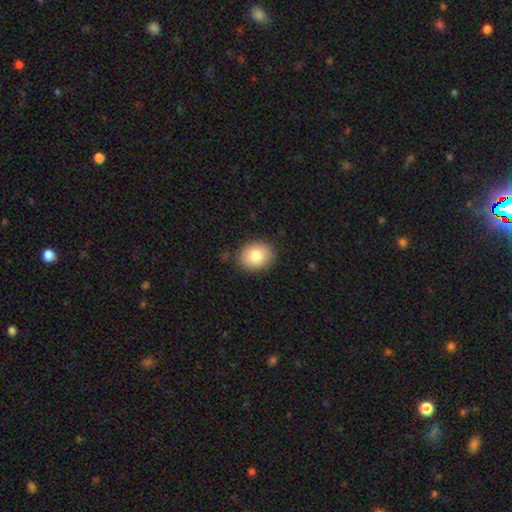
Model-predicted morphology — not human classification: smooth_or_featured: smooth (p=0.82) [alt: featured or disk p=0.10]
how_rounded: in between (p=0.50) [alt: round p=0.49]
merging: none (p=0.86) [alt: minor disturbance p=0.10]